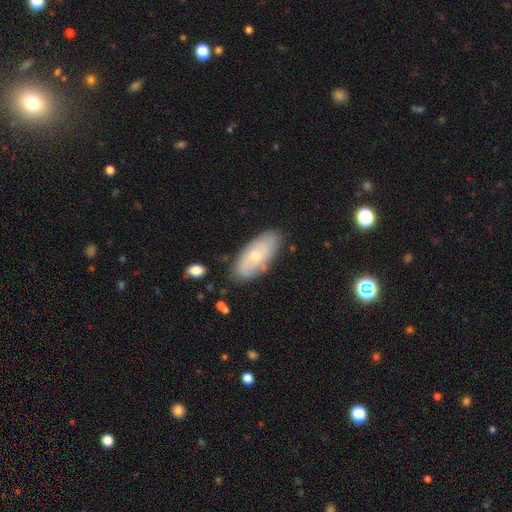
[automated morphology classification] Smooth or featured? smooth (48%)
Merging? none (78%)